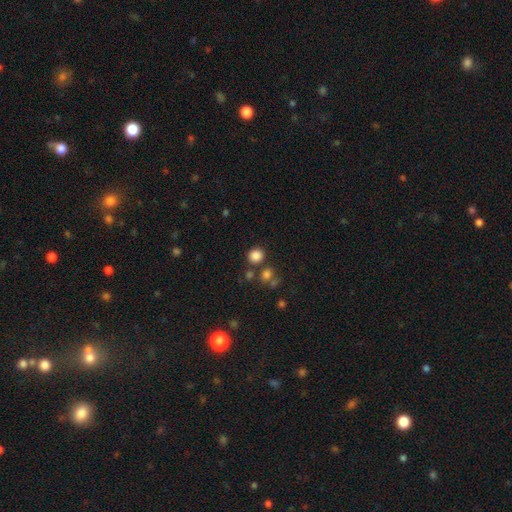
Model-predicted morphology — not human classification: Smooth or featured?
  - smooth: 83% *
  - star or artifact: 13%
  - featured or disk: 4%
How rounded?
  - round: 84% *
  - in between: 15%
  - cigar-shaped: 1%
Merging?
  - none: 78% *
  - merger: 10%
  - minor disturbance: 8%
  - major disturbance: 3%